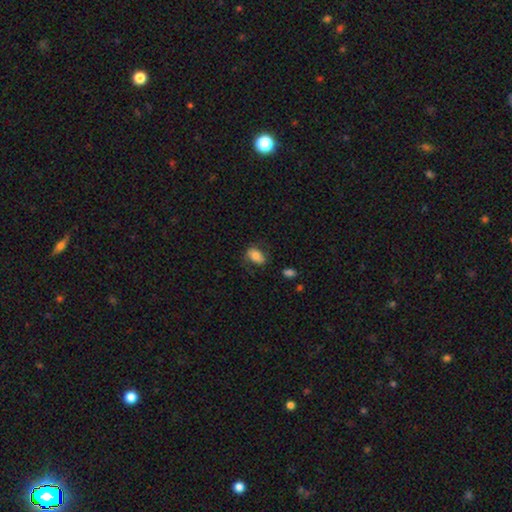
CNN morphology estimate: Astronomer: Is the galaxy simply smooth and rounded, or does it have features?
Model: smooth — 77%.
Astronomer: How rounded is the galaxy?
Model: in between — 89%.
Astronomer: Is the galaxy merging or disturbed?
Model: none — 66%.